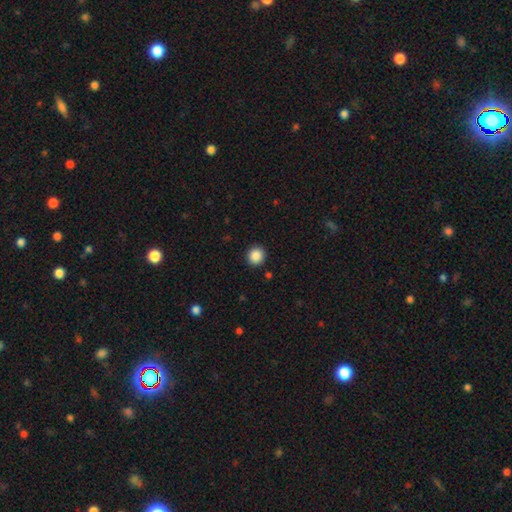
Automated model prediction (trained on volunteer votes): Q: Smooth or featured?
A: smooth (88%); runner-up: star or artifact (9%)
Q: How rounded?
A: round (92%); runner-up: in between (7%)
Q: Merging?
A: none (92%); runner-up: minor disturbance (5%)